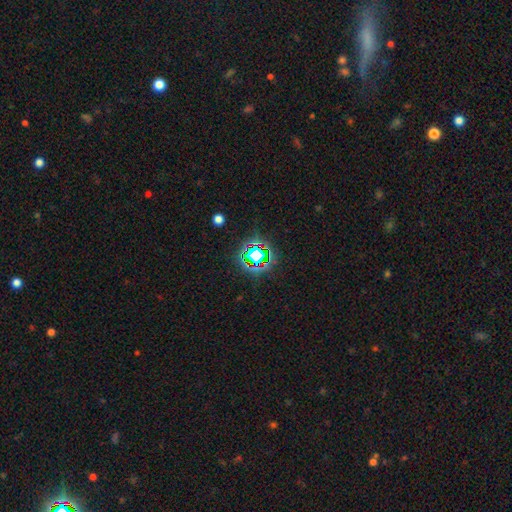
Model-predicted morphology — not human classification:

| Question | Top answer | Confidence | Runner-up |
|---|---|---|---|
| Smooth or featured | star or artifact | 70% | smooth (18%) |